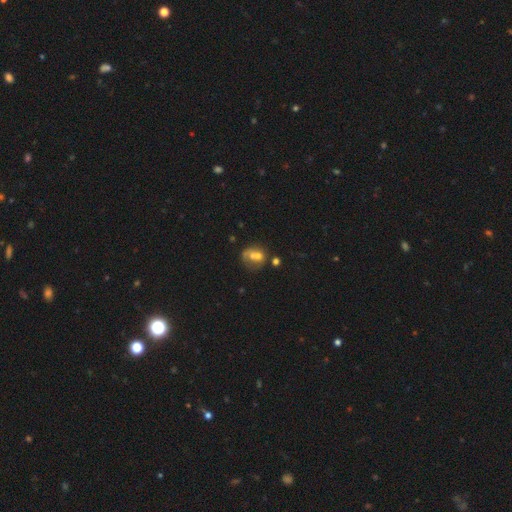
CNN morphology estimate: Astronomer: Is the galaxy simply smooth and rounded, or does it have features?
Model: smooth — 52% (runner-up: featured or disk, 35%).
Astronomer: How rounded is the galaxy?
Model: round — 54% (runner-up: in between, 45%).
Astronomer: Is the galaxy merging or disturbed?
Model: merger — 49% (runner-up: none, 26%).